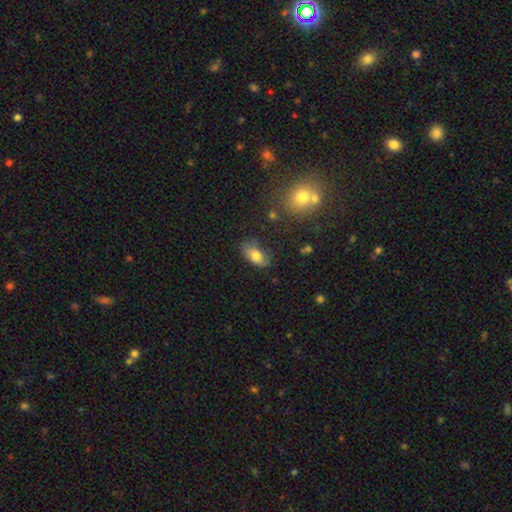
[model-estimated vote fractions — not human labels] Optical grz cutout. It shows a smooth galaxy with no disk features (76%) that is in between round and cigar-shaped (90%). Merging: none (63%).